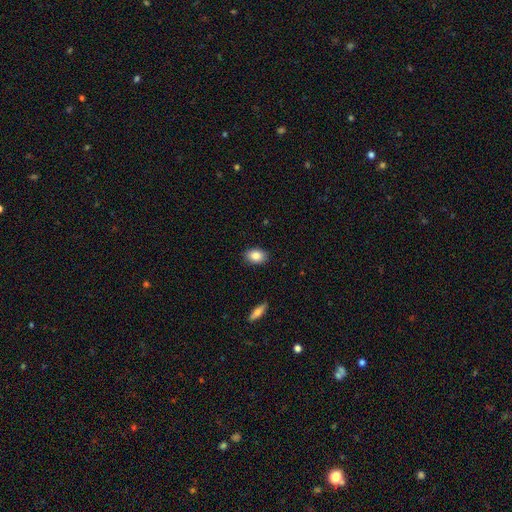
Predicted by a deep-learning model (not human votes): Smooth or featured?
  - smooth: 85% *
  - featured or disk: 8%
  - star or artifact: 7%
How rounded?
  - in between: 84% *
  - round: 15%
  - cigar-shaped: 2%
Merging?
  - none: 88% *
  - minor disturbance: 9%
  - major disturbance: 2%
  - merger: 1%